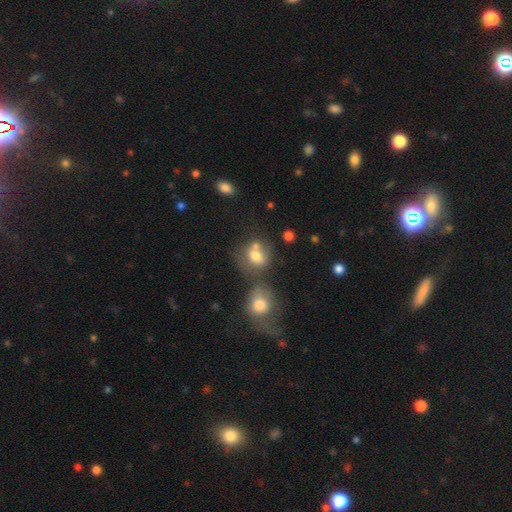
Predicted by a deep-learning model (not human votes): Overall: smooth (72%). How rounded: round (60%; in between 39%). Merging: merger (40%; none 35%).